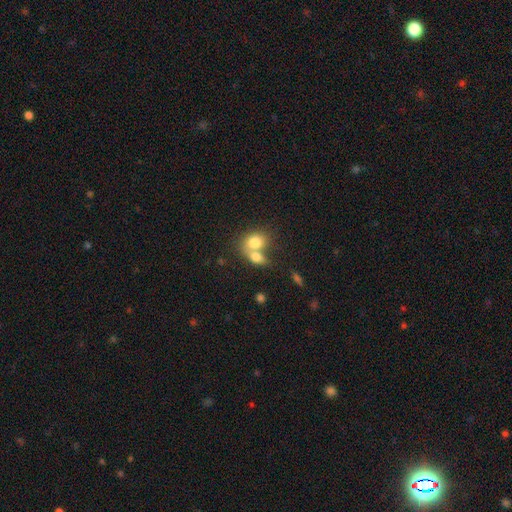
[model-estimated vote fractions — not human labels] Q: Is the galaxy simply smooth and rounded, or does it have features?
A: smooth — 75%.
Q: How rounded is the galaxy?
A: in between — 55%.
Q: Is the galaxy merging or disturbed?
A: merger — 63%.